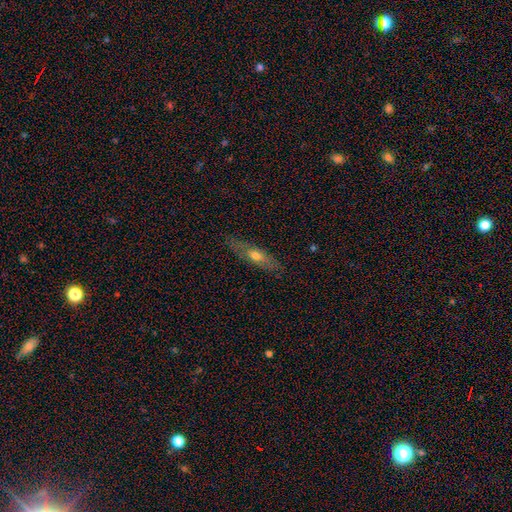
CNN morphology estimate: The model was most divided on "smooth or featured": featured or disk: 54%, smooth: 37%, star or artifact: 9%. More confident: merging — none (87%); edge-on disk — yes (81%).